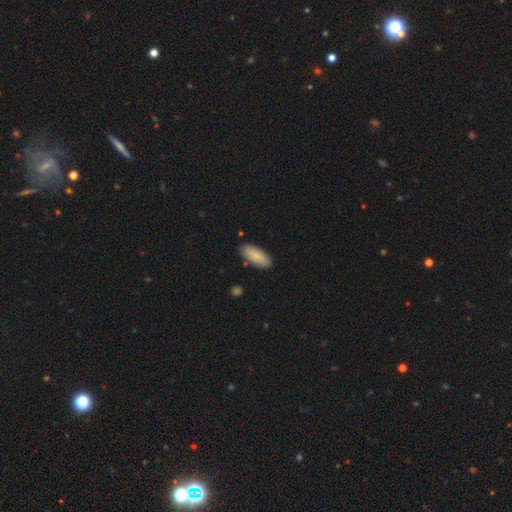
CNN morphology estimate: This is clearly a smooth galaxy (88%). How rounded: clearly in between (82%). Merging: clearly none (85%).